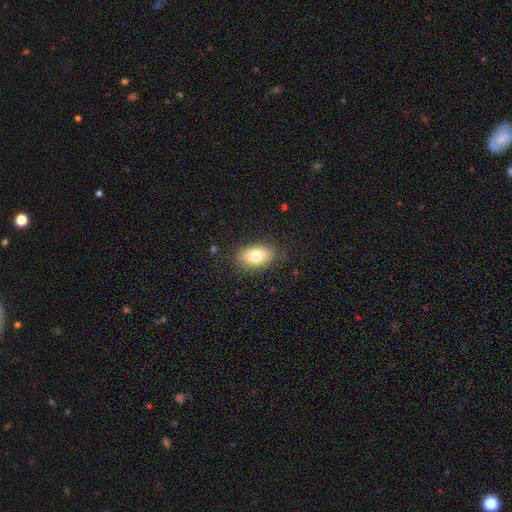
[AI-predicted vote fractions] Smooth or featured: smooth — 78% (featured or disk — 14%)
How rounded: in between — 90% (round — 8%)
Merging: none — 83% (minor disturbance — 12%)